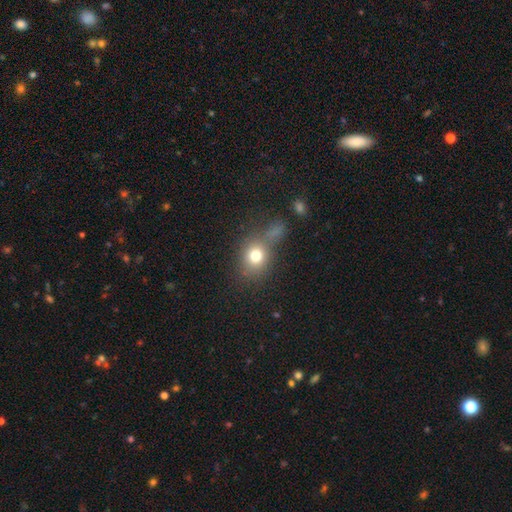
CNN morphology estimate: Smooth or featured? Predicted: smooth (p=0.76). How rounded? Predicted: round (p=0.65). Merging? Predicted: none (p=0.53).